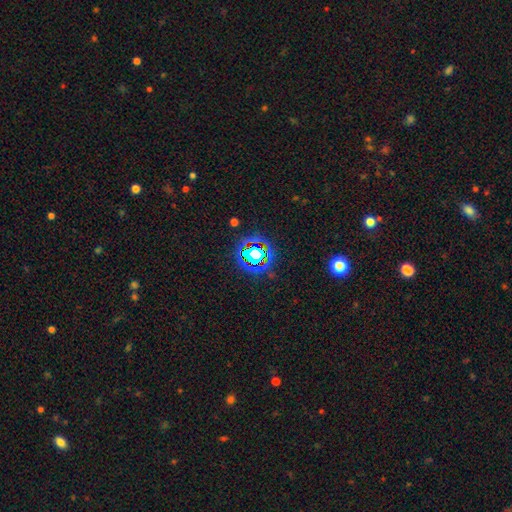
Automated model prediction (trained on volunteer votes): The model was most divided on "smooth or featured": star or artifact: 71%, smooth: 18%, featured or disk: 11%.